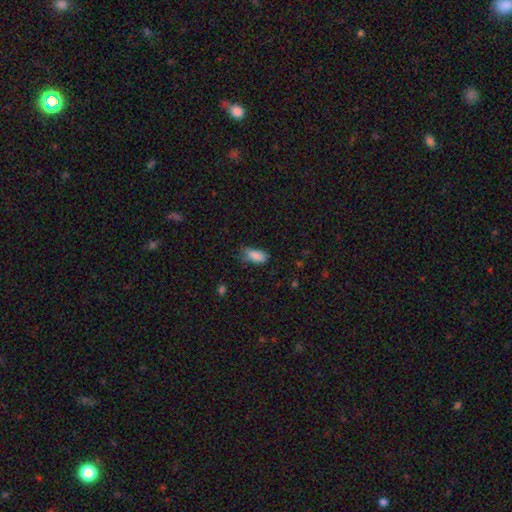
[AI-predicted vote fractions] This appears to be a smooth galaxy with no disk features (85%) that is in between round and cigar-shaped (89%). Merging: none (48%).